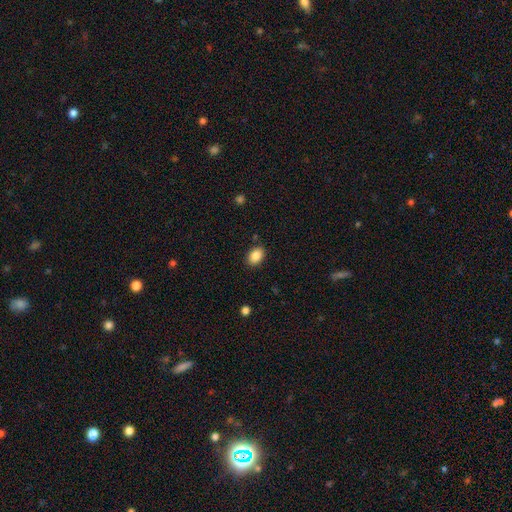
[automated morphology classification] smooth_or_featured: smooth (p=0.86) [alt: star or artifact p=0.08]
how_rounded: in between (p=0.80) [alt: round p=0.19]
merging: none (p=0.87) [alt: minor disturbance p=0.09]